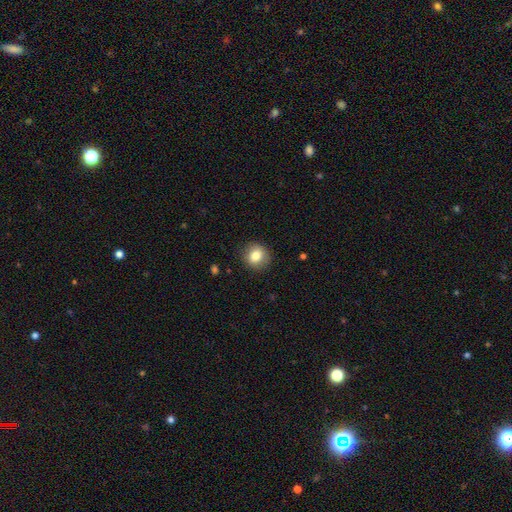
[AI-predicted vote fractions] This is clearly a smooth galaxy (82%). How rounded: clearly round (82%). Merging: clearly none (87%).